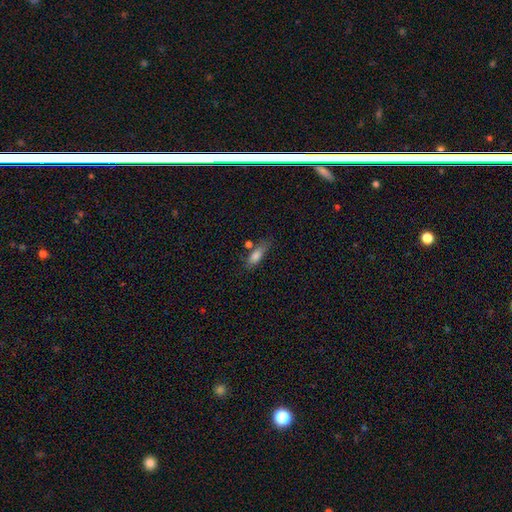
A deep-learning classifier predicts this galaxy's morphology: Overall: smooth (75%). How rounded: in between (56%; cigar-shaped 40%). Merging: none (60%; minor disturbance 22%).